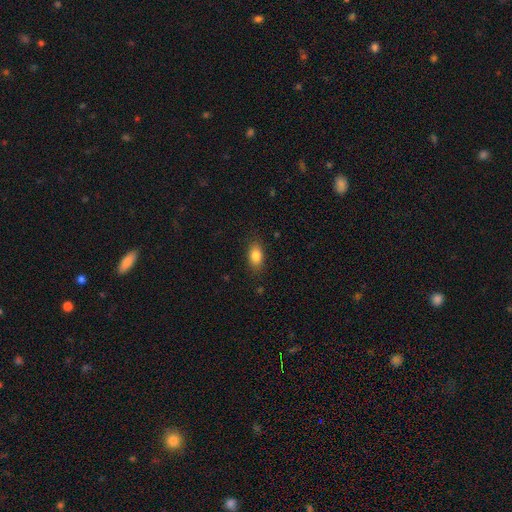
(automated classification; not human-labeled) Q: Smooth or featured?
A: smooth (84%); runner-up: star or artifact (8%)
Q: How rounded?
A: in between (87%); runner-up: round (10%)
Q: Merging?
A: none (84%); runner-up: minor disturbance (12%)